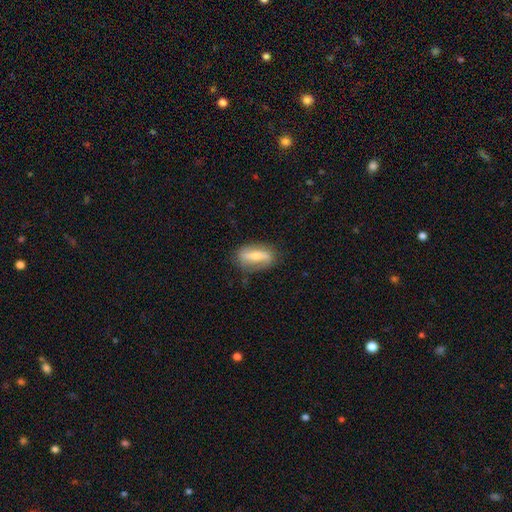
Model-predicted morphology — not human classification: Smooth or featured? featured or disk (47%, tied with smooth)
Merging? none (76%)